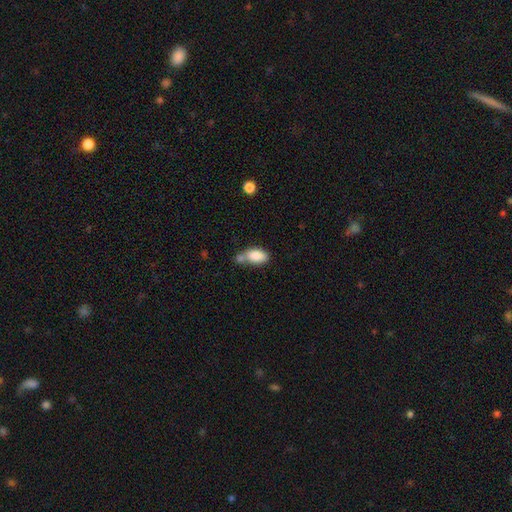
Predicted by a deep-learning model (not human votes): A smooth galaxy with no disk features (84%) that is in between round and cigar-shaped (91%). Merging: none (40%).